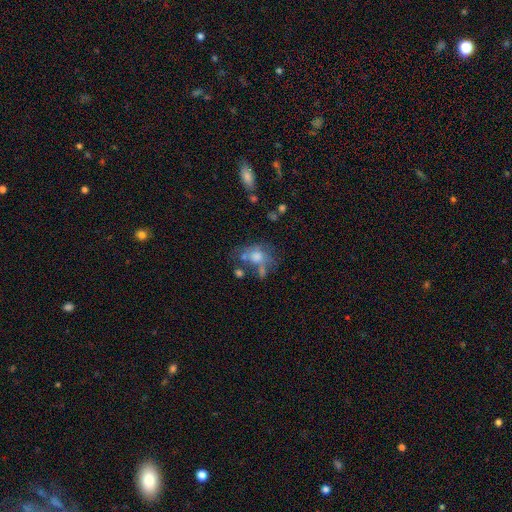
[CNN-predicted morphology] smooth_or_featured: smooth (p=0.48) [alt: featured or disk p=0.37]
merging: none (p=0.34) [alt: merger p=0.25]